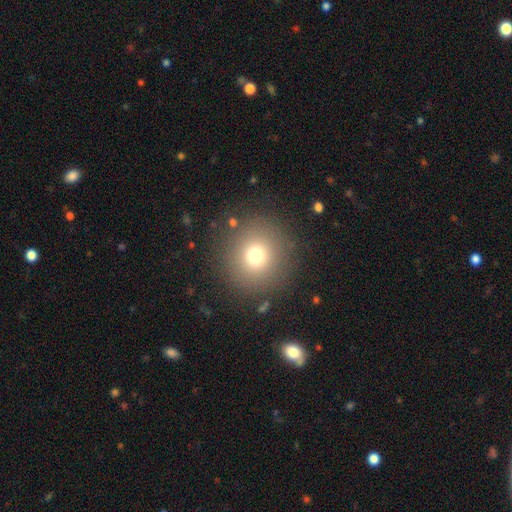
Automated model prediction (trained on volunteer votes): smooth_or_featured: smooth (p=0.72) [alt: star or artifact p=0.17]
how_rounded: round (p=0.94) [alt: in between p=0.05]
merging: none (p=0.87) [alt: minor disturbance p=0.07]